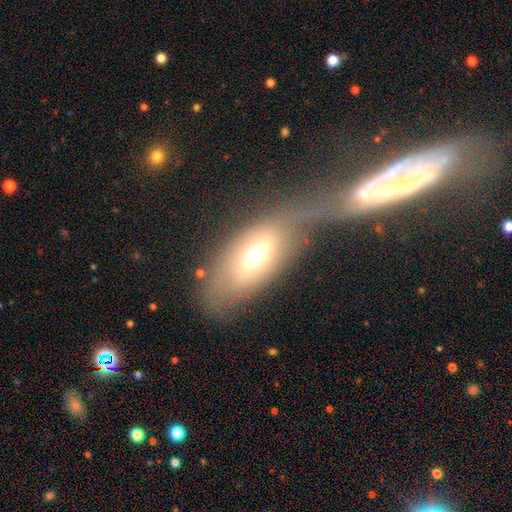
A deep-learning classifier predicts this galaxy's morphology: type=smooth (57%); roundness=in between (85%); merging=major disturbance (30%).